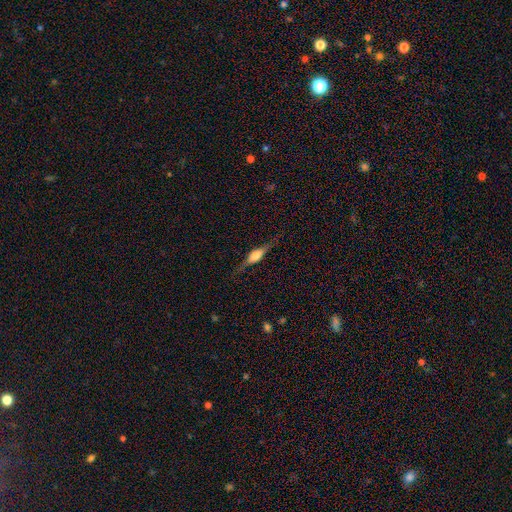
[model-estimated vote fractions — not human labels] Smooth or featured? Predicted: featured or disk (p=0.67). Edge-on disk? Predicted: yes (p=0.96). Edge-on bulge? Predicted: rounded (p=0.78). Merging? Predicted: none (p=0.82).